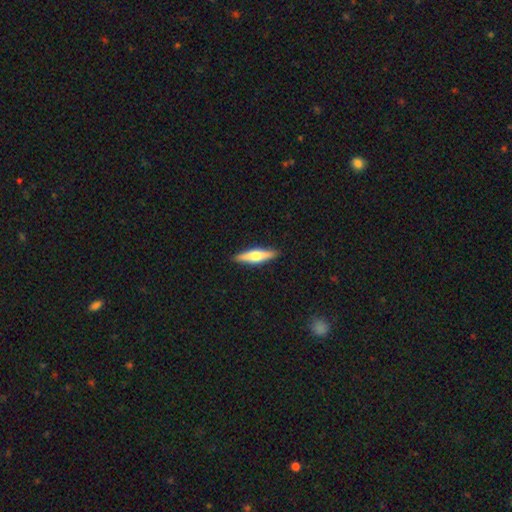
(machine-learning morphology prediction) A featured or disk galaxy (49%).

Vote fractions:
- Smooth or featured? featured or disk: 49% / smooth: 46% / star or artifact: 5%
- Merging? none: 91% / minor disturbance: 6% / major disturbance: 1% / merger: 1%